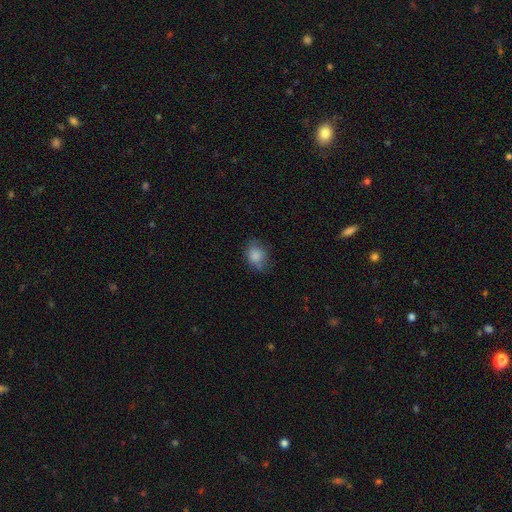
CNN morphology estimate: smooth 83%, star or artifact 9%, featured or disk 8%. Down the decision tree: how rounded — in between (56%); merging — none (63%).